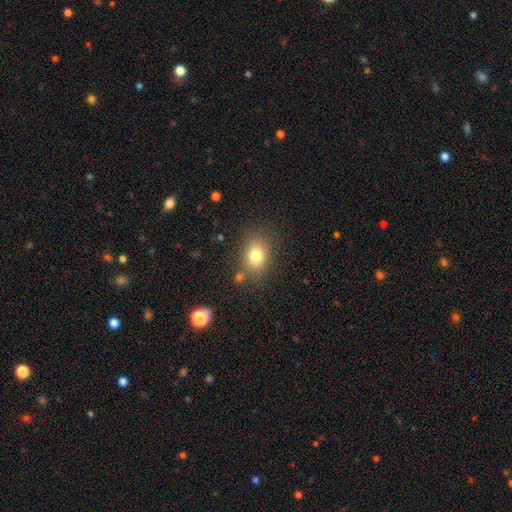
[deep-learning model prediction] smooth_or_featured: smooth (p=0.78) [alt: star or artifact p=0.12]
how_rounded: in between (p=0.61) [alt: round p=0.38]
merging: none (p=0.78) [alt: minor disturbance p=0.13]